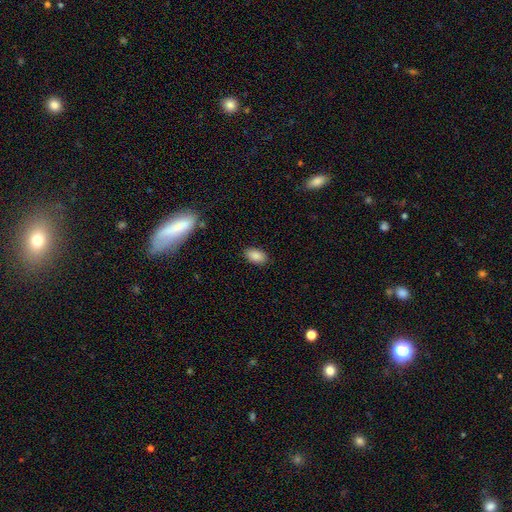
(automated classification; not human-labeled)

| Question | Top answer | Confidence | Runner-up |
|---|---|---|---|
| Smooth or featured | smooth | 88% | star or artifact (8%) |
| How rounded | in between | 92% | round (6%) |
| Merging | none | 87% | minor disturbance (9%) |